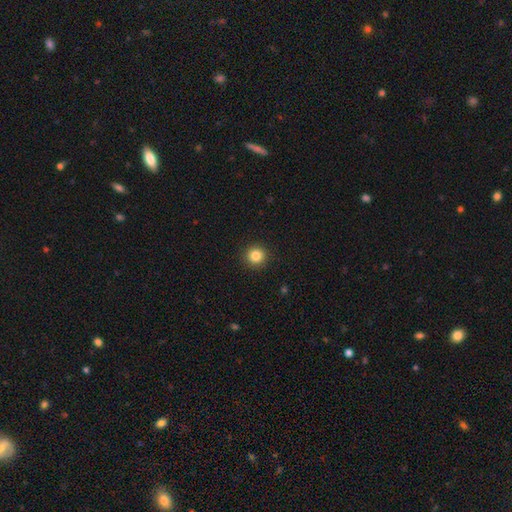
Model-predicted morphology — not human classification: This is clearly a smooth galaxy (84%). How rounded: clearly round (95%). Merging: clearly none (92%).